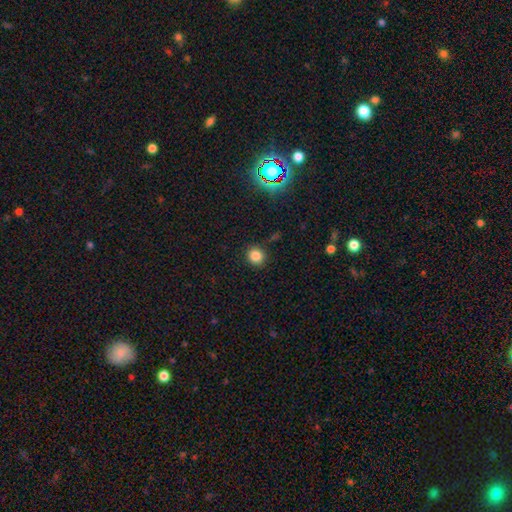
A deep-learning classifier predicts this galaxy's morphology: smooth 83%, star or artifact 13%, featured or disk 4%. Down the decision tree: how rounded — round (89%); merging — none (89%).